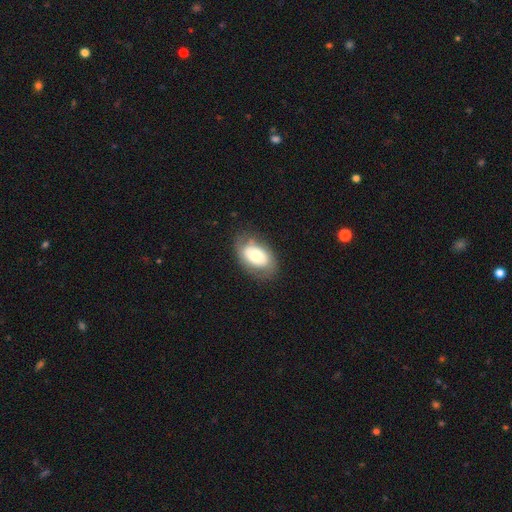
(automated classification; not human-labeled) Smooth or featured: smooth — 59% (featured or disk — 34%)
How rounded: in between — 87% (round — 12%)
Merging: none — 70% (minor disturbance — 20%)